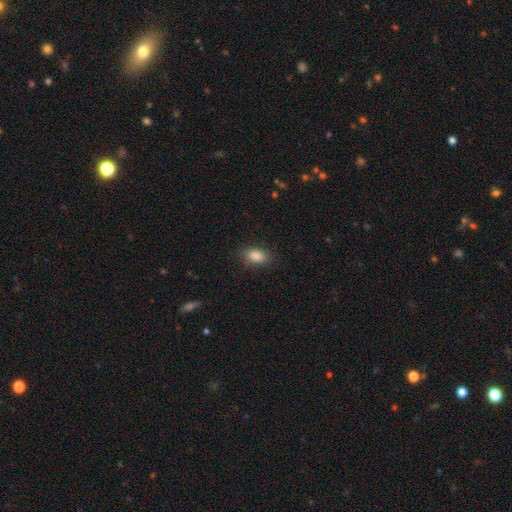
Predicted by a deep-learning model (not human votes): smooth_or_featured: smooth (p=0.87) [alt: star or artifact p=0.08]
how_rounded: in between (p=0.89) [alt: round p=0.07]
merging: none (p=0.86) [alt: minor disturbance p=0.10]